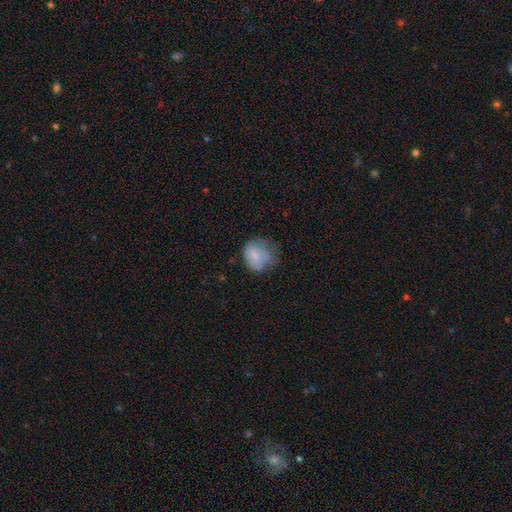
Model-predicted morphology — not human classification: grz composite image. It shows a smooth galaxy with no disk features (68%) that is round (62%). Merging: none (37%).